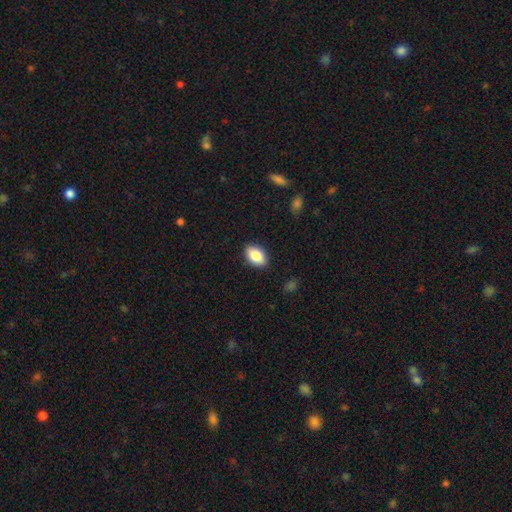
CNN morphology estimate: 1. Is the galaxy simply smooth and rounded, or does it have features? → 85% smooth, 8% featured or disk, 7% star or artifact.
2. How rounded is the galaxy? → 90% in between, 8% round, 2% cigar-shaped.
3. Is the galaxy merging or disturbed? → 88% none, 9% minor disturbance, 2% major disturbance, 1% merger.